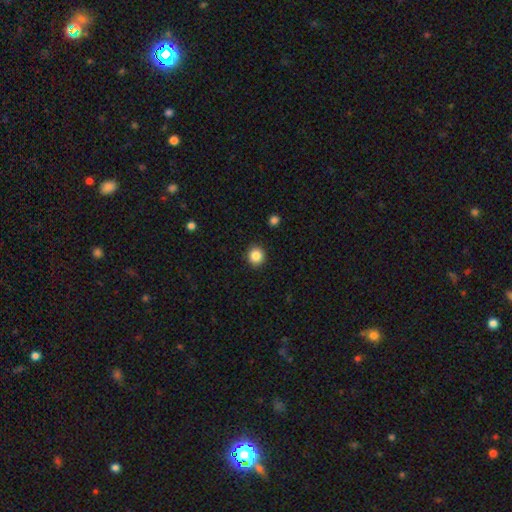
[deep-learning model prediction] This is clearly a smooth galaxy (86%). How rounded: clearly round (92%). Merging: clearly none (92%).